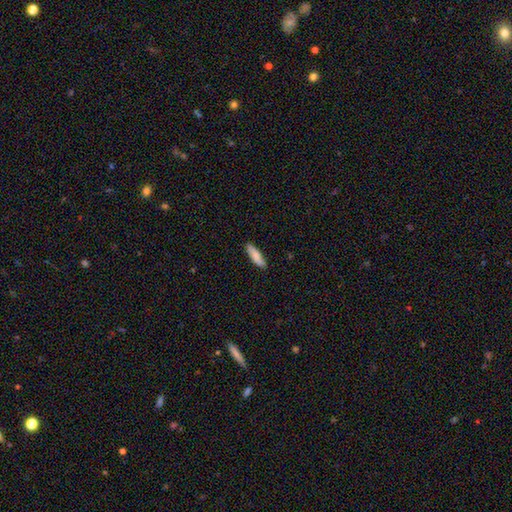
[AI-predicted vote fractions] smooth 83%, featured or disk 11%, star or artifact 6%. Down the decision tree: how rounded — cigar-shaped (64%); merging — none (87%).